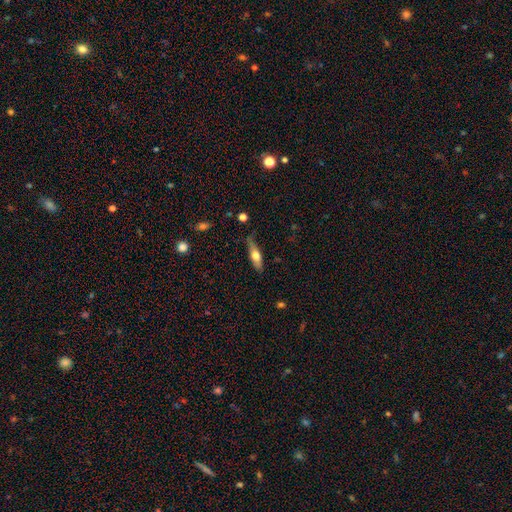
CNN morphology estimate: smooth-or-featured: smooth: 56% | featured or disk: 38% | star or artifact: 6%
  how-rounded: cigar-shaped: 56% | in between: 42% | round: 3%
  merging: none: 66% | minor disturbance: 25% | major disturbance: 6% | merger: 2%